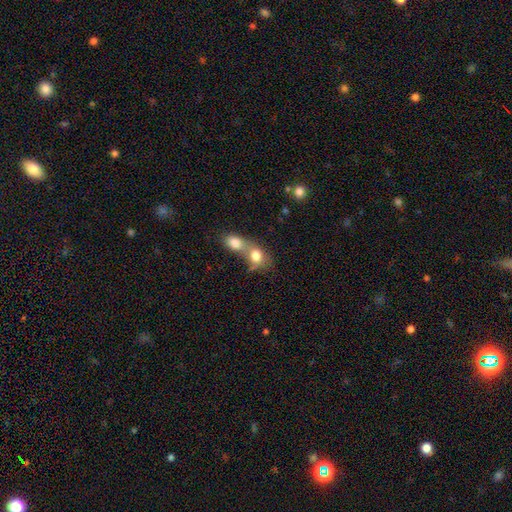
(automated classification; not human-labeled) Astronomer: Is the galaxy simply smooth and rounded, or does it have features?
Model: smooth — 78%.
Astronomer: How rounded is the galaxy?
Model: in between — 55% (runner-up: round, 43%).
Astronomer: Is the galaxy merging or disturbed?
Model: merger — 74%.